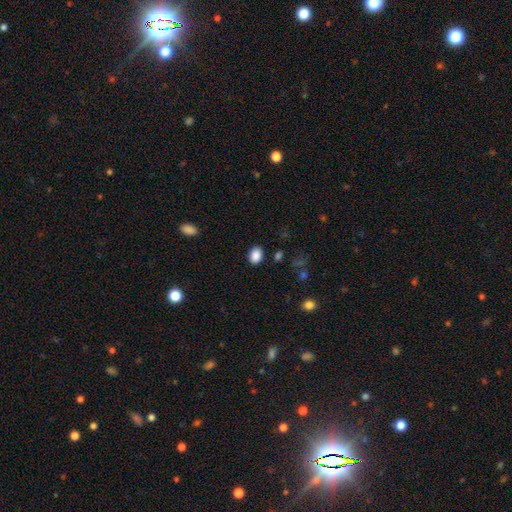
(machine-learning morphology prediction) smooth-or-featured: smooth: 88% | star or artifact: 9% | featured or disk: 3%
  how-rounded: in between: 70% | round: 29% | cigar-shaped: 1%
  merging: none: 87% | minor disturbance: 8% | major disturbance: 3% | merger: 1%